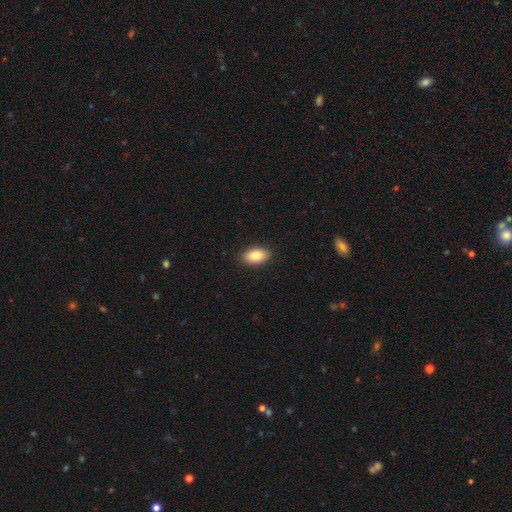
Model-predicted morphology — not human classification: The model was most divided on "smooth or featured": smooth: 84%, featured or disk: 9%, star or artifact: 7%. More confident: how rounded — in between (92%); merging — none (90%).